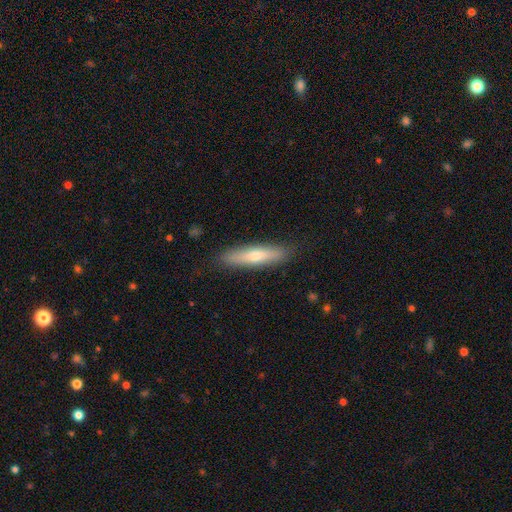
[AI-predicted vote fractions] This appears to be a smooth galaxy with no disk features (59%) that is cigar-shaped (83%). Merging: none (88%).